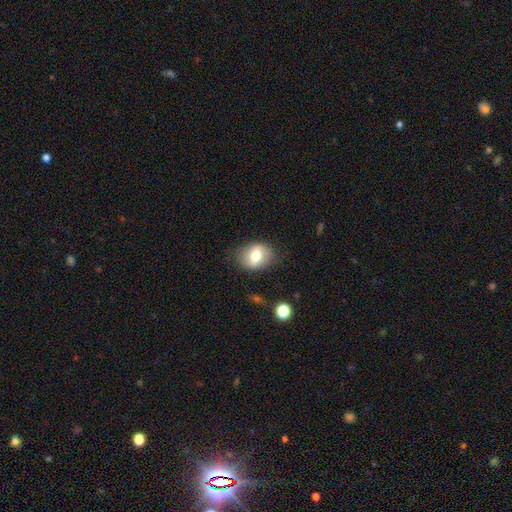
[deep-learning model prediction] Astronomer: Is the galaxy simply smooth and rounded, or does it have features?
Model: smooth — 68%.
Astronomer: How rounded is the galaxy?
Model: in between — 65%.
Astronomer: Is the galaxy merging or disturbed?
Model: none — 77%.